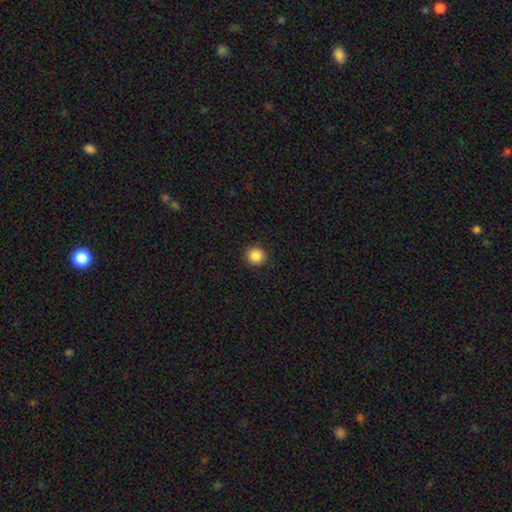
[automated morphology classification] Smooth or featured? smooth (87%)
How rounded? round (94%)
Merging? none (93%)